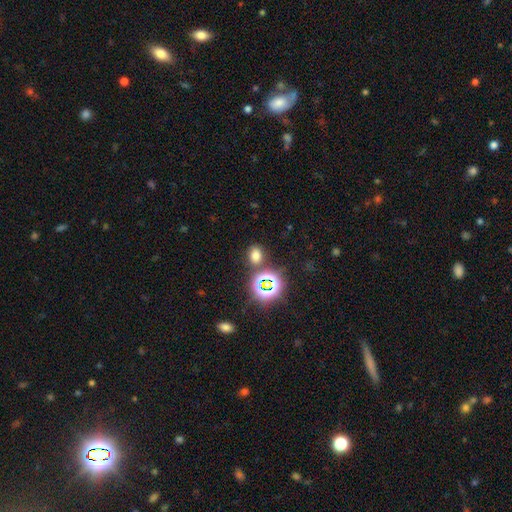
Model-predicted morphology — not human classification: smooth 66%, star or artifact 27%, featured or disk 7%. Down the decision tree: how rounded — in between (57%); merging — none (79%).